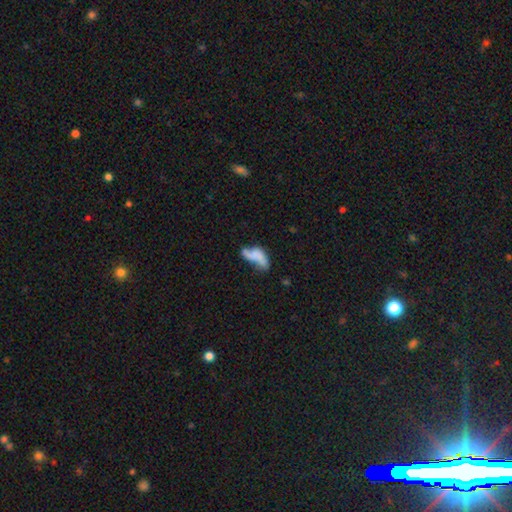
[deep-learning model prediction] Smooth or featured: smooth — 54% (featured or disk — 36%)
How rounded: in between — 77% (cigar-shaped — 18%)
Merging: major disturbance — 29% (none — 27%)